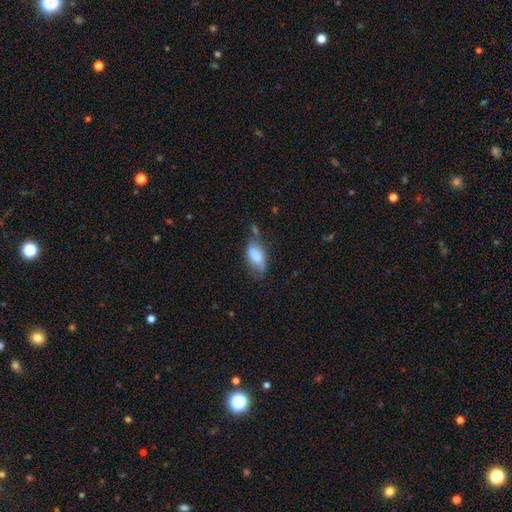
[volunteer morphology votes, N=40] Smooth or featured? smooth (62%)
How rounded? in between (92%)
Merging? minor disturbance (45%)